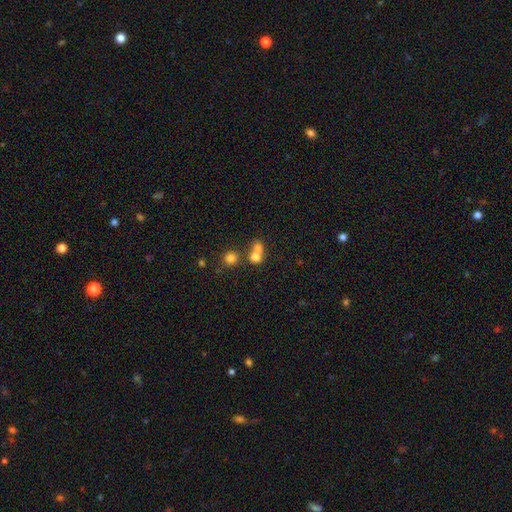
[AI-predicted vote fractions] smooth 72%, star or artifact 14%, featured or disk 14%. Down the decision tree: how rounded — round (70%); merging — merger (58%).